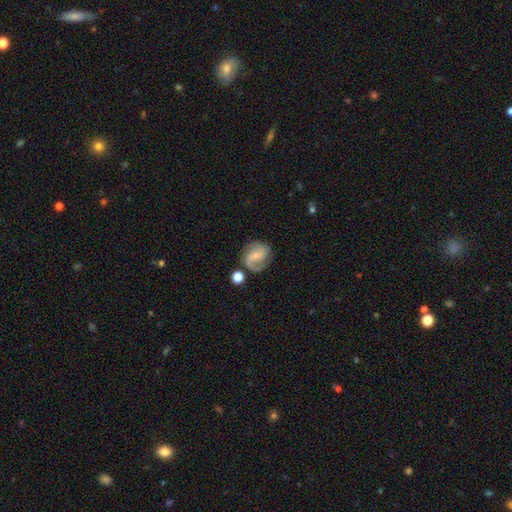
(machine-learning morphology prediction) Q: Smooth or featured?
A: featured or disk (77%); runner-up: smooth (16%)
Q: Edge-on disk?
A: no (98%); runner-up: yes (2%)
Q: Bar?
A: no (49%); runner-up: weak (39%)
Q: Spiral arms?
A: yes (95%); runner-up: no (5%)
Q: Spiral winding?
A: medium (49%); runner-up: loose (30%)
Q: Spiral arm count?
A: 2 (77%); runner-up: 1 (7%)
Q: Bulge size?
A: small (66%); runner-up: moderate (24%)
Q: Merging?
A: none (69%); runner-up: minor disturbance (18%)